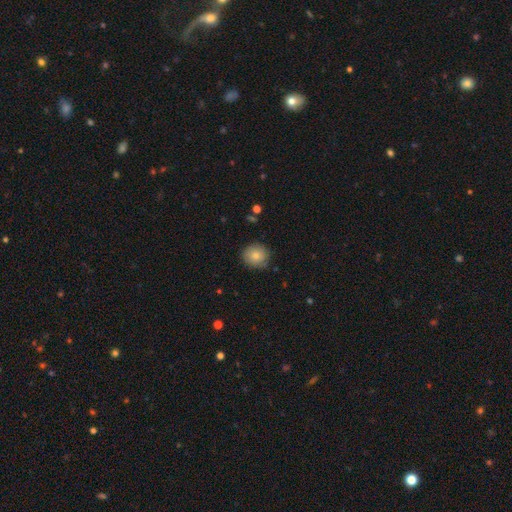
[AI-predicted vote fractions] Smooth or featured?
  - smooth: 82% *
  - featured or disk: 9%
  - star or artifact: 8%
How rounded?
  - round: 90% *
  - in between: 10%
  - cigar-shaped: 1%
Merging?
  - none: 85% *
  - minor disturbance: 12%
  - major disturbance: 2%
  - merger: 1%